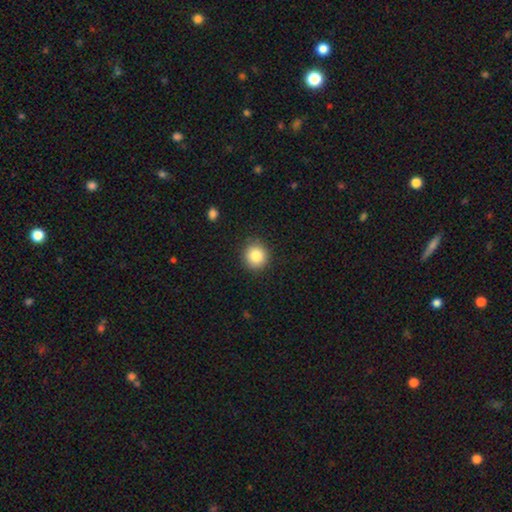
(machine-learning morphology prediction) Smooth or featured?
  - smooth: 84% *
  - star or artifact: 10%
  - featured or disk: 6%
How rounded?
  - round: 92% *
  - in between: 7%
  - cigar-shaped: 1%
Merging?
  - none: 90% *
  - minor disturbance: 7%
  - major disturbance: 2%
  - merger: 1%